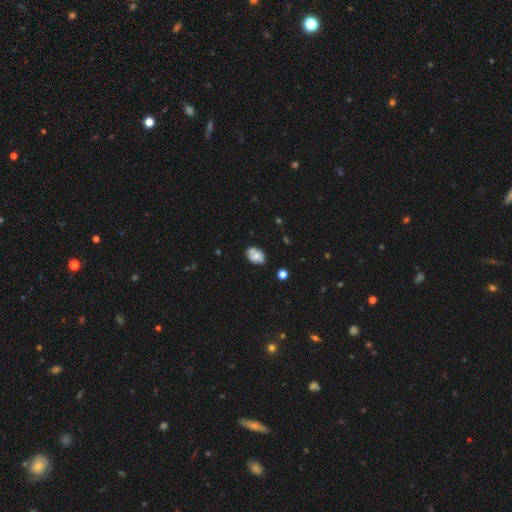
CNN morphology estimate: This is possibly a smooth galaxy (58%). How rounded: likely in between (76%). Merging: possibly none (59%).